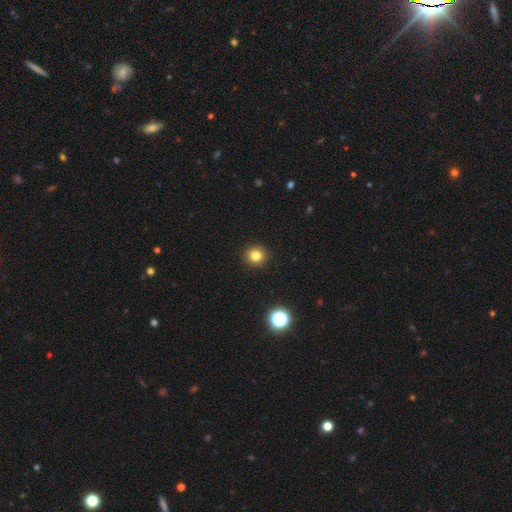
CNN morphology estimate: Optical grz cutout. It shows a smooth galaxy with no disk features (81%) that is round (91%). Merging: none (92%).